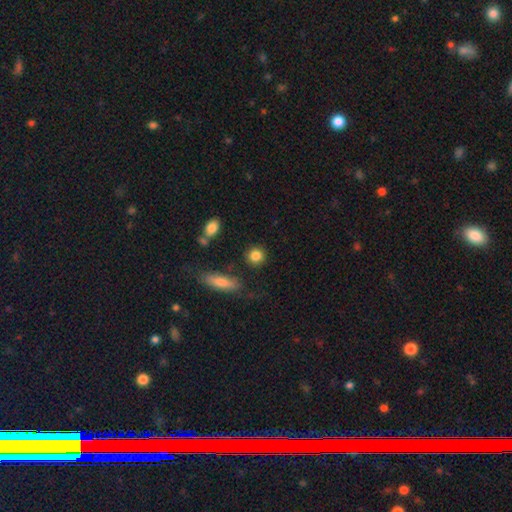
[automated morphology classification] Smooth or featured: smooth — 84% (star or artifact — 9%)
How rounded: round — 87% (in between — 11%)
Merging: none — 85% (minor disturbance — 8%)